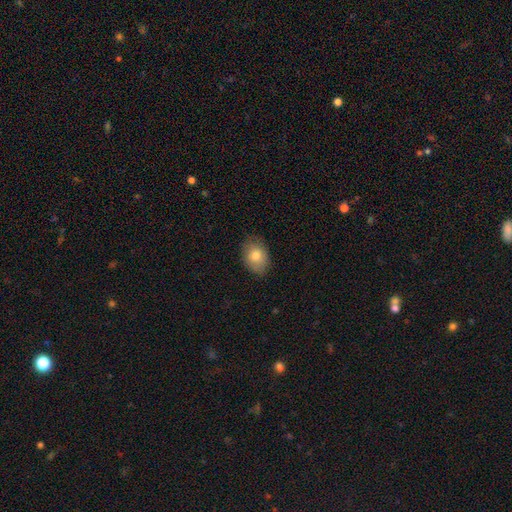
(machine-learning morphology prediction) Smooth or featured?
  - smooth: 80% *
  - featured or disk: 12%
  - star or artifact: 8%
How rounded?
  - in between: 71% *
  - round: 28%
  - cigar-shaped: 1%
Merging?
  - none: 78% *
  - minor disturbance: 17%
  - major disturbance: 3%
  - merger: 1%